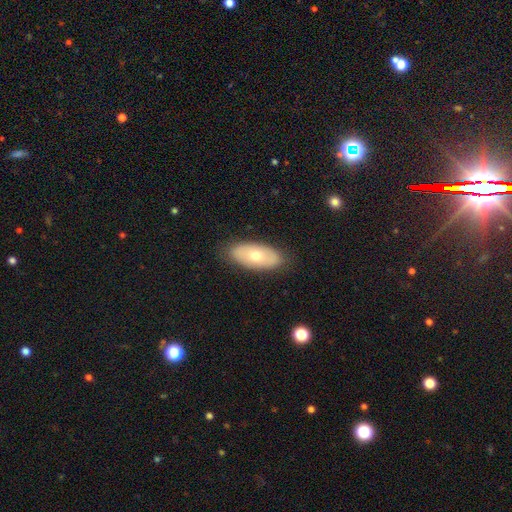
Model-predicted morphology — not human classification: This appears to be a smooth galaxy with no disk features (62%) that is in between round and cigar-shaped (91%). Merging: none (85%).